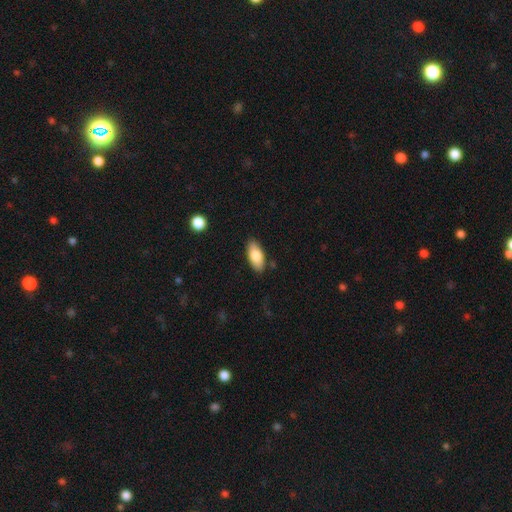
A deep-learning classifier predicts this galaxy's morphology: Smooth or featured?
  - smooth: 82% *
  - featured or disk: 12%
  - star or artifact: 6%
How rounded?
  - in between: 88% *
  - cigar-shaped: 10%
  - round: 2%
Merging?
  - none: 85% *
  - minor disturbance: 11%
  - major disturbance: 2%
  - merger: 2%